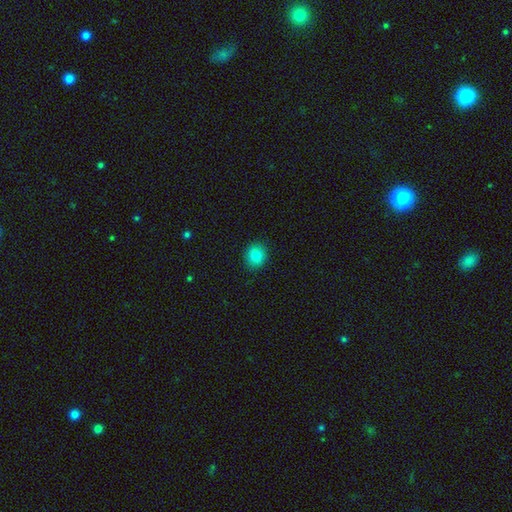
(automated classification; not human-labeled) smooth_or_featured: smooth (p=0.82) [alt: star or artifact p=0.10]
how_rounded: round (p=0.72) [alt: in between p=0.27]
merging: none (p=0.90) [alt: minor disturbance p=0.07]